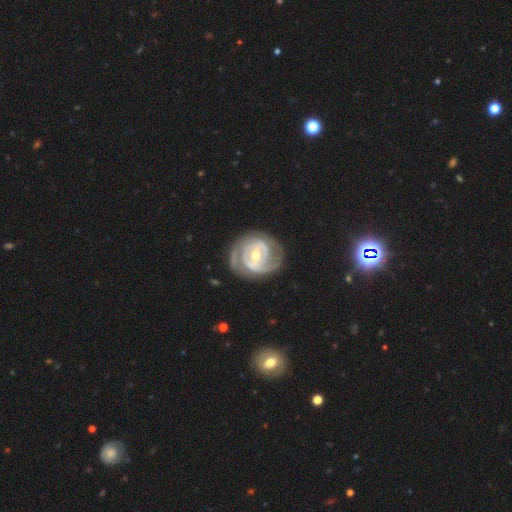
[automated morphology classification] Smooth or featured? Predicted: featured or disk (p=0.85). Edge-on disk? Predicted: no (p=0.97). Bar? Predicted: weak (p=0.43). Spiral arms? Predicted: yes (p=0.88). Spiral winding? Predicted: tight (p=0.63). Spiral arm count? Predicted: 2 (p=0.51). Bulge size? Predicted: moderate (p=0.63). Merging? Predicted: none (p=0.72).